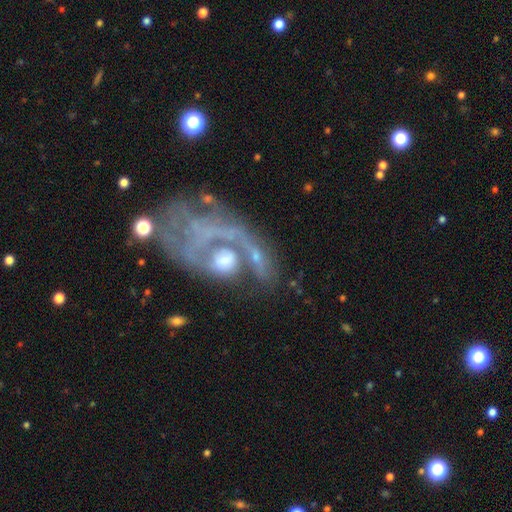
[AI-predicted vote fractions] Morphology: type=featured or disk (73%); edge-on=no (96%); bar=no (76%); spiral arms=yes (59%); bulge=none (35%); merging=major disturbance (40%).